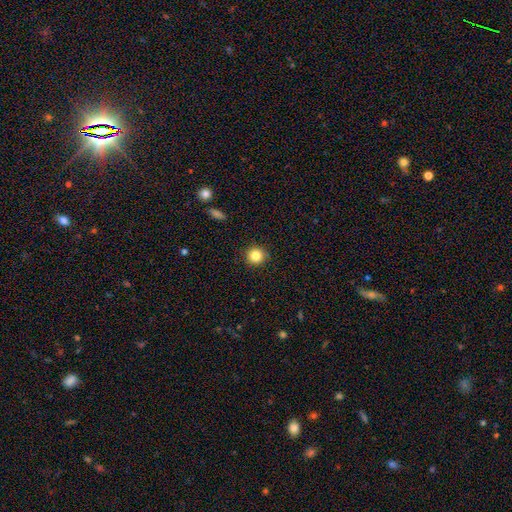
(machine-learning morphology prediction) smooth 84%, star or artifact 11%, featured or disk 5%. Down the decision tree: how rounded — round (92%); merging — none (90%).